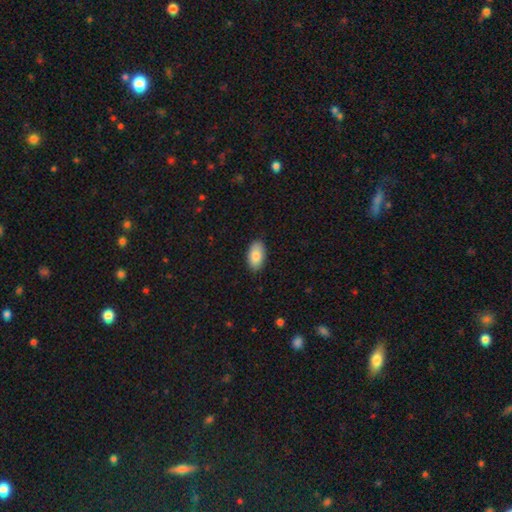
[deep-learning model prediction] Smooth or featured: smooth — 86% (featured or disk — 7%)
How rounded: in between — 95% (round — 3%)
Merging: none — 87% (minor disturbance — 10%)